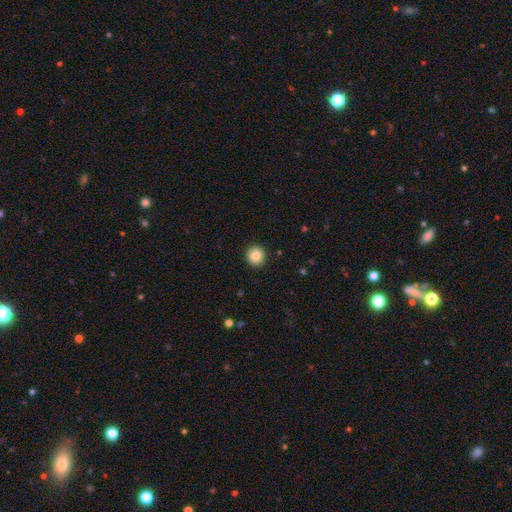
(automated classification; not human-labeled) smooth-or-featured: smooth: 84% | star or artifact: 9% | featured or disk: 6%
  how-rounded: round: 93% | in between: 6% | cigar-shaped: 1%
  merging: none: 92% | minor disturbance: 5% | major disturbance: 2% | merger: 1%